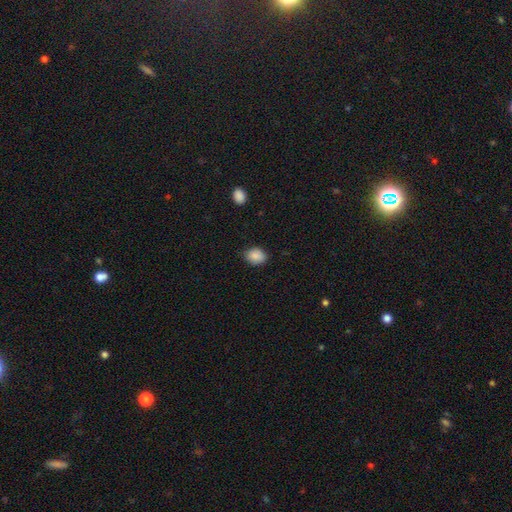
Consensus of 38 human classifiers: Smooth or featured: smooth — 95% (featured or disk — 3%)
How rounded: round — 58% (in between — 42%)
Merging: none — 76% (minor disturbance — 24%)